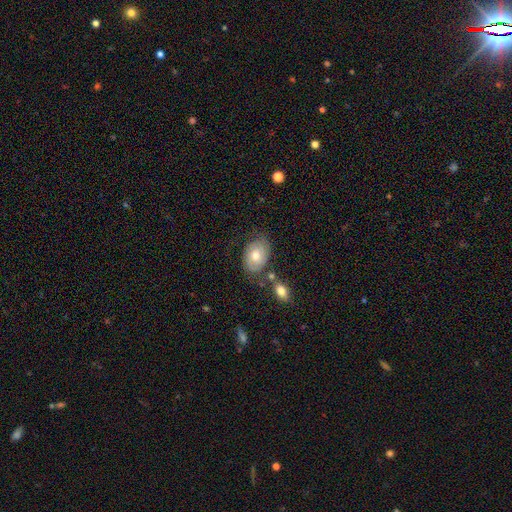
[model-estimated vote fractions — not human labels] Q: Smooth or featured?
A: featured or disk (50%); runner-up: smooth (42%)
Q: Merging?
A: none (66%); runner-up: minor disturbance (20%)